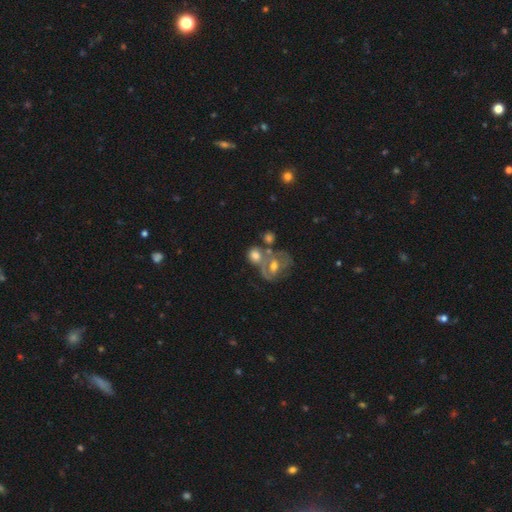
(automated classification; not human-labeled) Smooth or featured? Predicted: smooth (p=0.58). How rounded? Predicted: round (p=0.63). Merging? Predicted: merger (p=0.45).